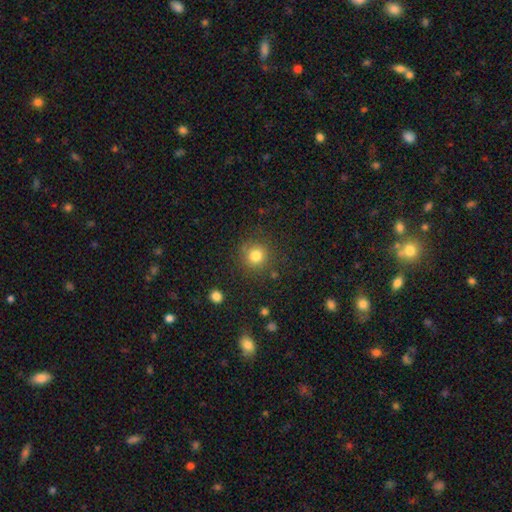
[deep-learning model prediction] Smooth or featured?
  - smooth: 81% *
  - star or artifact: 13%
  - featured or disk: 6%
How rounded?
  - round: 93% *
  - in between: 7%
  - cigar-shaped: 1%
Merging?
  - none: 86% *
  - minor disturbance: 9%
  - major disturbance: 4%
  - merger: 2%